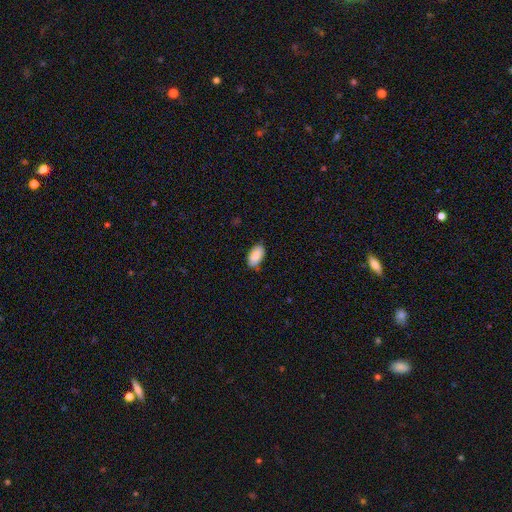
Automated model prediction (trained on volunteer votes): smooth_or_featured: smooth (p=0.80) [alt: featured or disk p=0.13]
how_rounded: in between (p=0.94) [alt: round p=0.04]
merging: none (p=0.78) [alt: minor disturbance p=0.18]